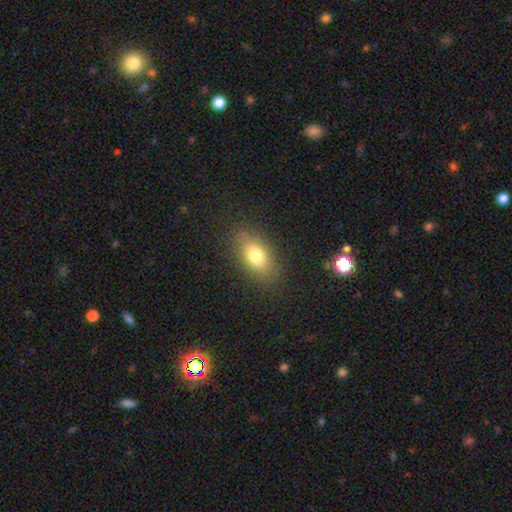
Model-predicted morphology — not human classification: Q: Smooth or featured?
A: smooth (76%); runner-up: featured or disk (14%)
Q: How rounded?
A: in between (84%); runner-up: round (12%)
Q: Merging?
A: none (82%); runner-up: minor disturbance (13%)